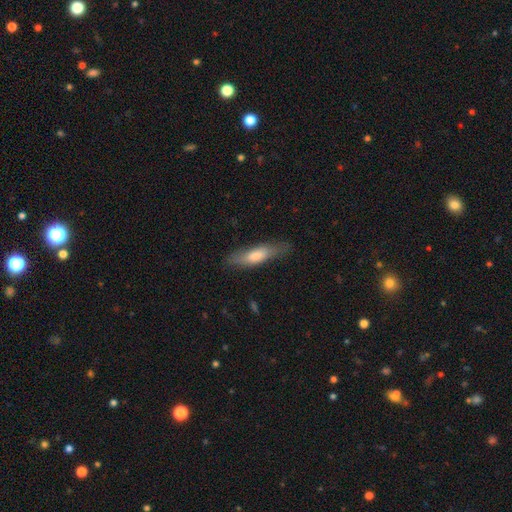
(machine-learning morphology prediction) A smooth galaxy with no disk features (67%) that is cigar-shaped (64%). Merging: none (77%).